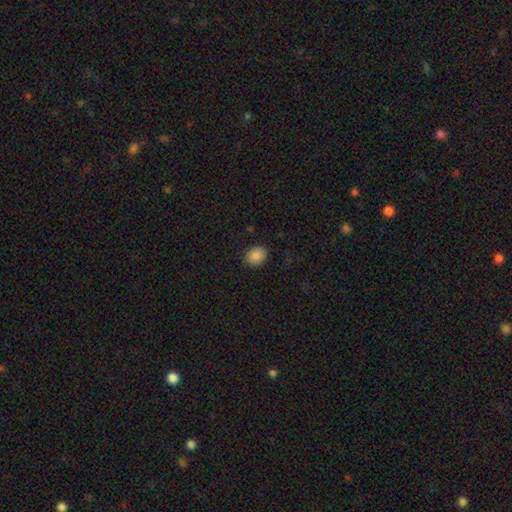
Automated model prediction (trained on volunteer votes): Morphology: type=smooth (87%); roundness=in between (53%); merging=none (87%).